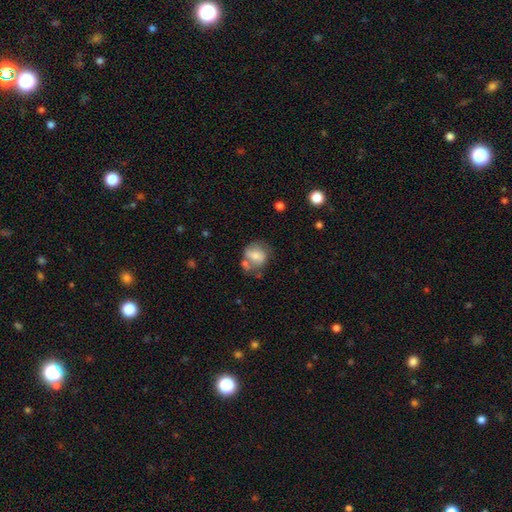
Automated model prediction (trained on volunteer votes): Smooth or featured? Predicted: smooth (p=0.61). How rounded? Predicted: round (p=0.65). Merging? Predicted: none (p=0.44).